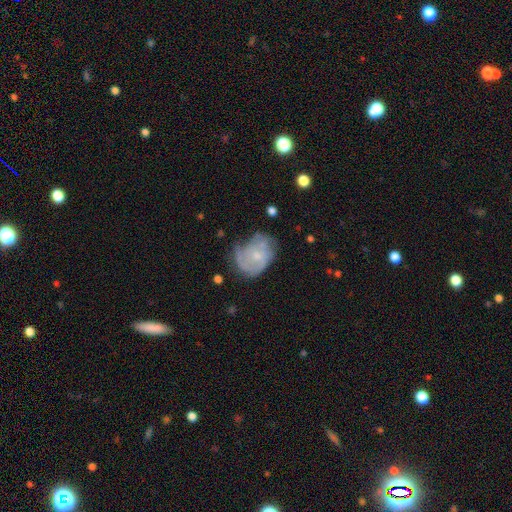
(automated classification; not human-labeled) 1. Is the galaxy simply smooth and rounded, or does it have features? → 62% featured or disk, 30% smooth, 8% star or artifact.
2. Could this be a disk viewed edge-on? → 97% no, 3% yes.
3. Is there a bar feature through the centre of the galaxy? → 76% no, 21% weak, 3% strong.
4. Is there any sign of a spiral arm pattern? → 74% yes, 26% no.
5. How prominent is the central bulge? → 65% small, 26% moderate, 6% none, 1% large, 1% dominant.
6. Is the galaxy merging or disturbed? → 46% none, 31% minor disturbance, 20% major disturbance, 3% merger.